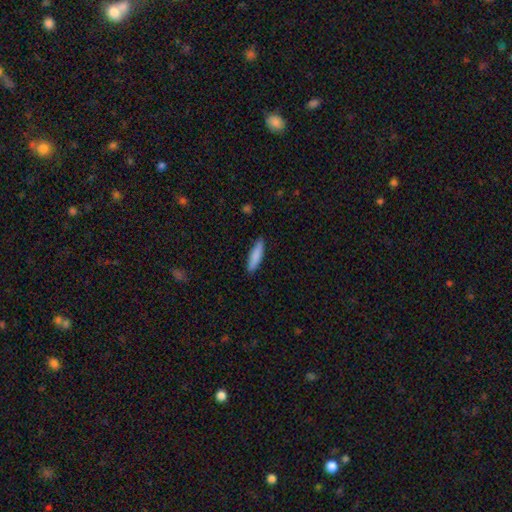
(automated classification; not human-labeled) Smooth or featured: smooth — 83% (featured or disk — 11%)
How rounded: cigar-shaped — 77% (in between — 22%)
Merging: none — 88% (minor disturbance — 9%)